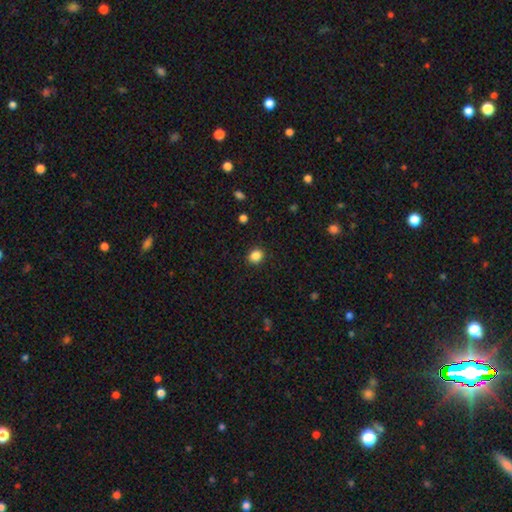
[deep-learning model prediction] smooth 86%, star or artifact 10%, featured or disk 3%. Down the decision tree: how rounded — round (67%); merging — none (90%).